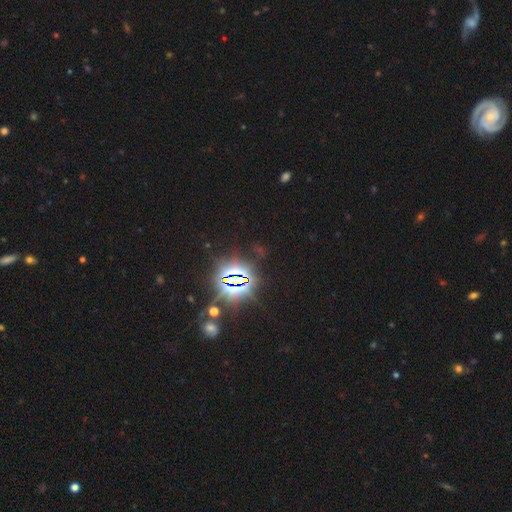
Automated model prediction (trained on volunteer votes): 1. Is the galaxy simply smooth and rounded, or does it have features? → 84% star or artifact, 9% smooth, 6% featured or disk.